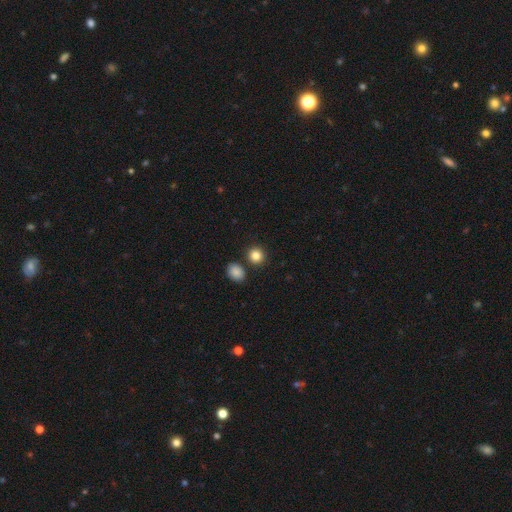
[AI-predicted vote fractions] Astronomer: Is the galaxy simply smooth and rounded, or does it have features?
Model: smooth — 86%.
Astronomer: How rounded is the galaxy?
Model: round — 87%.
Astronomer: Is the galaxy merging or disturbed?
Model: none — 83%.